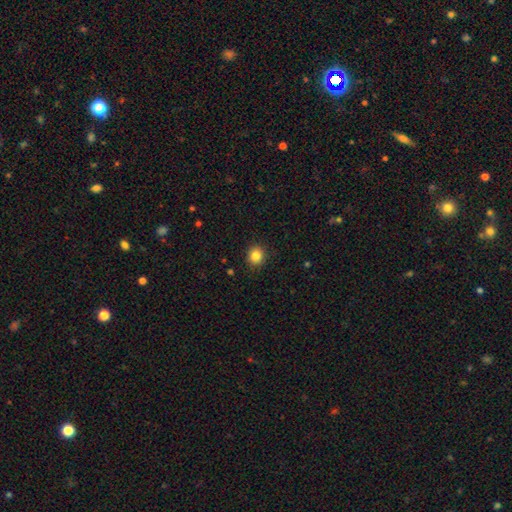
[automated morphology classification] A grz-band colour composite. It shows a smooth galaxy with no disk features (85%) that is round (84%). Merging: none (91%).